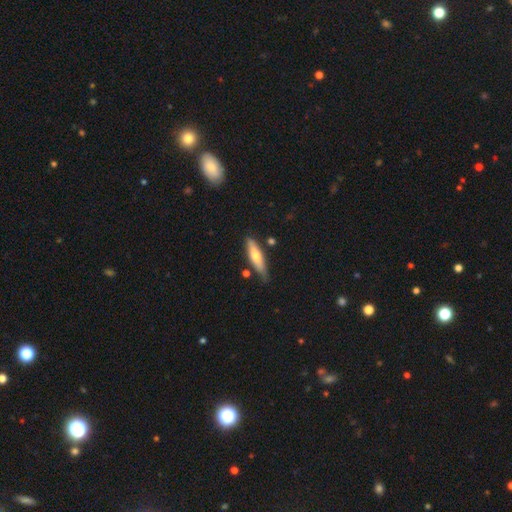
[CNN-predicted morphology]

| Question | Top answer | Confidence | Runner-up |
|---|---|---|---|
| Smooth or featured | smooth | 58% | featured or disk (36%) |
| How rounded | cigar-shaped | 71% | in between (27%) |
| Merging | none | 73% | minor disturbance (18%) |